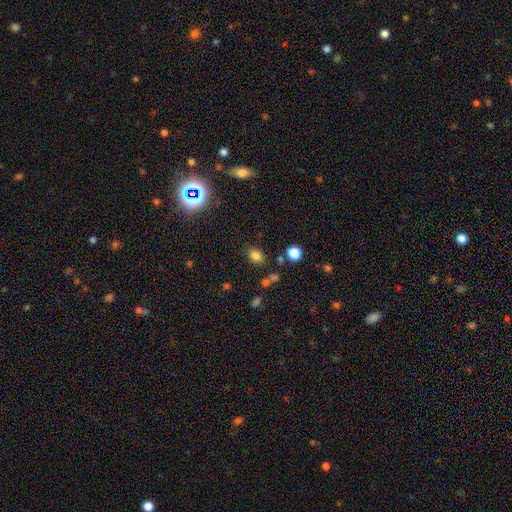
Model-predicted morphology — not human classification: This appears to be a smooth galaxy with no disk features (78%) that is in between round and cigar-shaped (65%). Merging: none (78%).